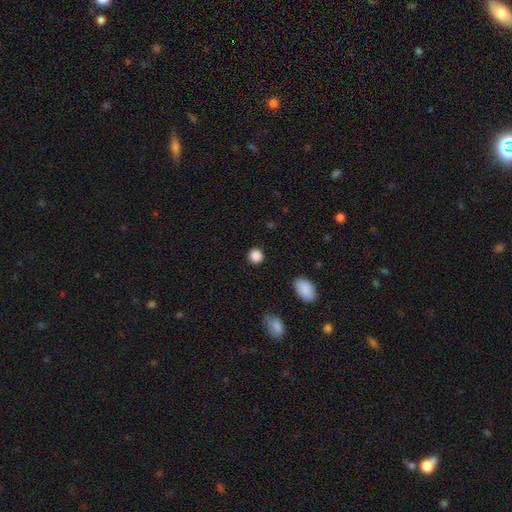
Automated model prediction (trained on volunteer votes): This appears to be a smooth galaxy with no disk features (87%) that is round (88%). Merging: none (90%).